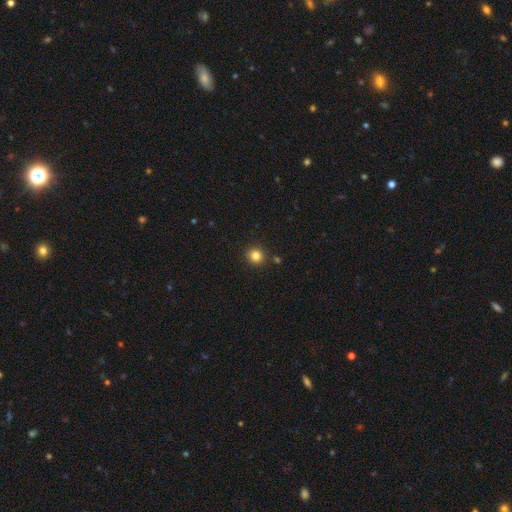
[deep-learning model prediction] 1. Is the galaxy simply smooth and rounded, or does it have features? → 83% smooth, 13% star or artifact, 5% featured or disk.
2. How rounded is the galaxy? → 91% round, 8% in between, 1% cigar-shaped.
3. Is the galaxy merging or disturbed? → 89% none, 6% minor disturbance, 3% merger, 2% major disturbance.